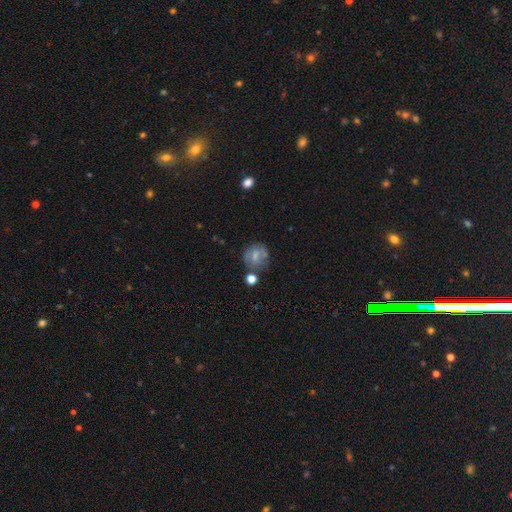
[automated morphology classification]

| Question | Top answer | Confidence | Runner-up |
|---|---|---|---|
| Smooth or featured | smooth | 52% | featured or disk (36%) |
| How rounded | round | 72% | in between (26%) |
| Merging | none | 54% | minor disturbance (22%) |